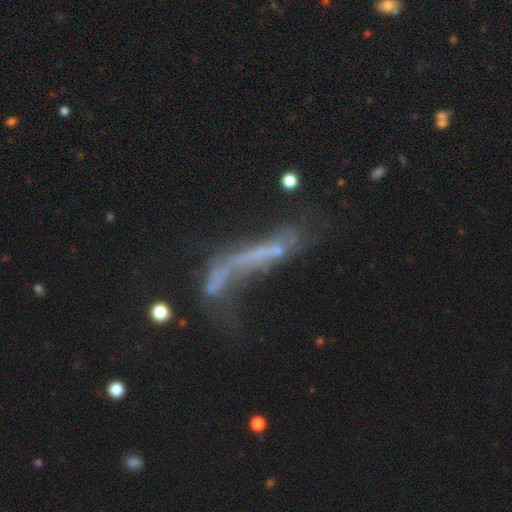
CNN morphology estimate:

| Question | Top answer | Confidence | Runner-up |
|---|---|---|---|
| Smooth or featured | featured or disk | 54% | smooth (28%) |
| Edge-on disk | no | 68% | yes (32%) |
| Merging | major disturbance | 37% | merger (26%) |